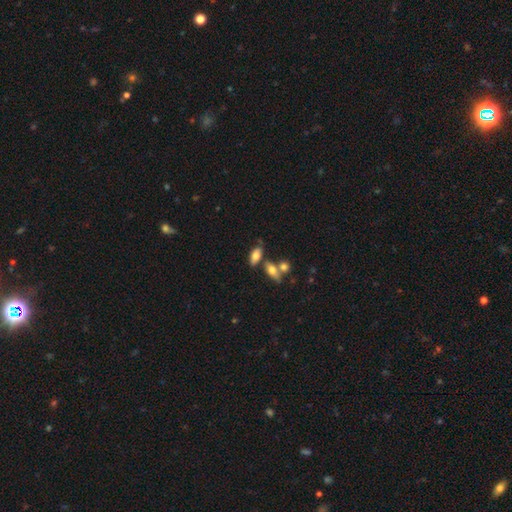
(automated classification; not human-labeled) A smooth galaxy with no disk features (71%) that is in between round and cigar-shaped (84%).

Vote fractions:
- Smooth or featured? smooth: 71% / featured or disk: 20% / star or artifact: 9%
- How rounded? in between: 84% / cigar-shaped: 11% / round: 4%
- Merging? none: 59% / merger: 21% / minor disturbance: 15% / major disturbance: 5%